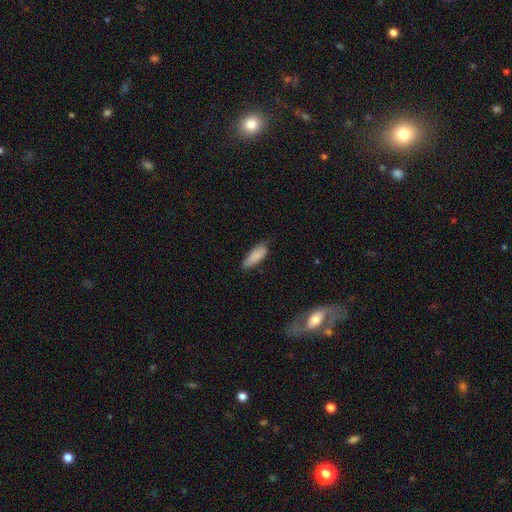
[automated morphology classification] smooth-or-featured: smooth: 85% | featured or disk: 9% | star or artifact: 6%
  how-rounded: in between: 63% | cigar-shaped: 35% | round: 2%
  merging: none: 67% | minor disturbance: 27% | major disturbance: 5% | merger: 2%